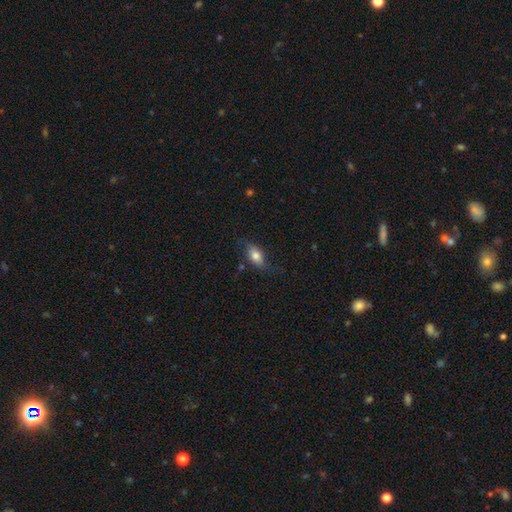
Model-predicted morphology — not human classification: Overall: smooth (67%). How rounded: in between (84%). Merging: none (63%; minor disturbance 25%).